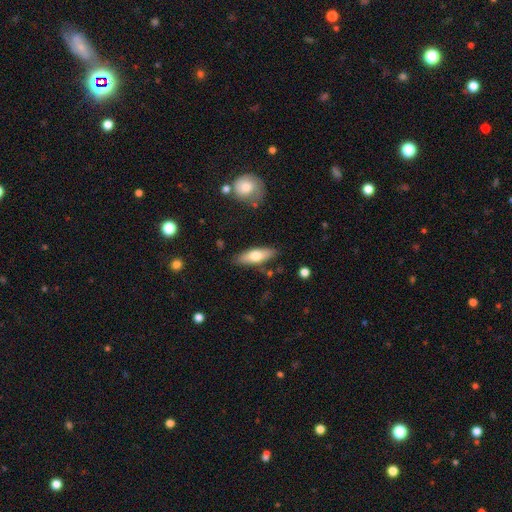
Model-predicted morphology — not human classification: This appears to be a smooth galaxy with no disk features (67%) that is in between round and cigar-shaped (57%). Merging: none (82%).